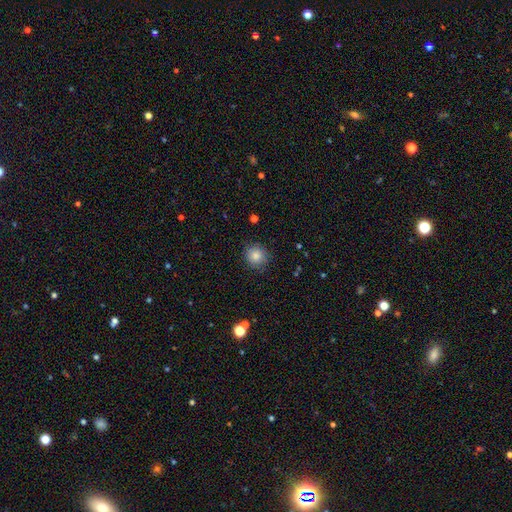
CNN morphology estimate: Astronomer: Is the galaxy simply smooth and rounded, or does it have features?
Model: smooth — 83%.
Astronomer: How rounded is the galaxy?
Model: round — 90%.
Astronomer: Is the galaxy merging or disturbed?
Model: none — 86%.